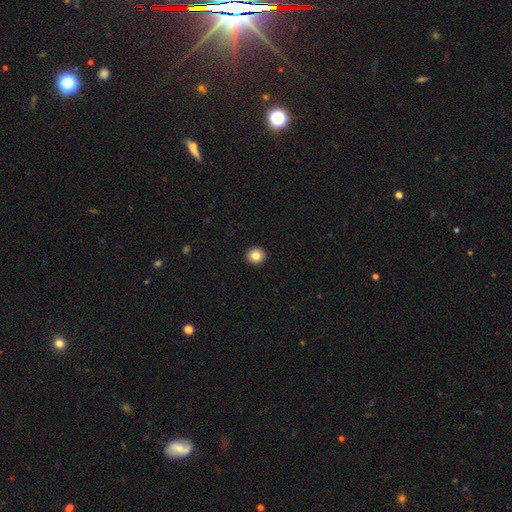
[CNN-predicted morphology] A smooth galaxy with no disk features (84%) that is round (93%). Merging: none (94%).